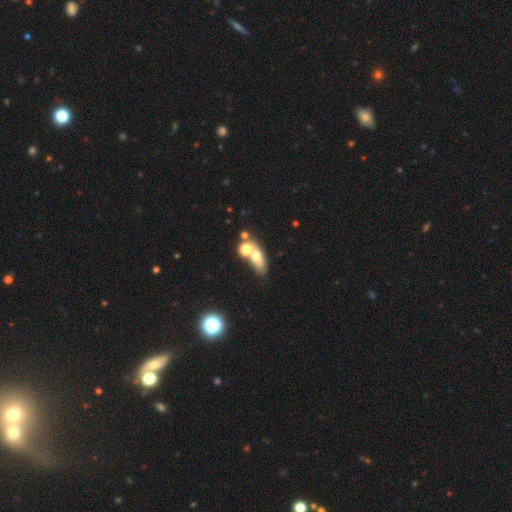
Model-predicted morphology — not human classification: smooth-or-featured: smooth: 60% | featured or disk: 25% | star or artifact: 16%
  how-rounded: in between: 62% | round: 24% | cigar-shaped: 14%
  merging: merger: 44% | none: 37% | minor disturbance: 11% | major disturbance: 8%